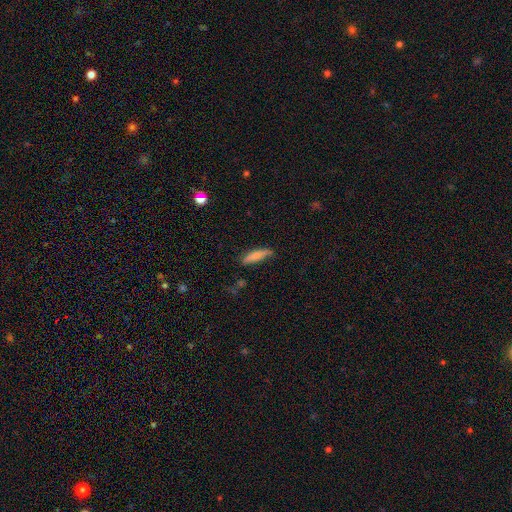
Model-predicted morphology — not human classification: type=smooth (70%); roundness=cigar-shaped (71%); merging=none (70%).